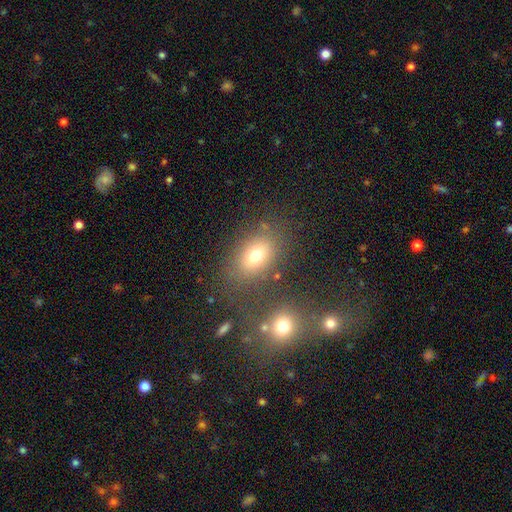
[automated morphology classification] Overall: smooth (71%). How rounded: in between (75%). Merging: none (71%).